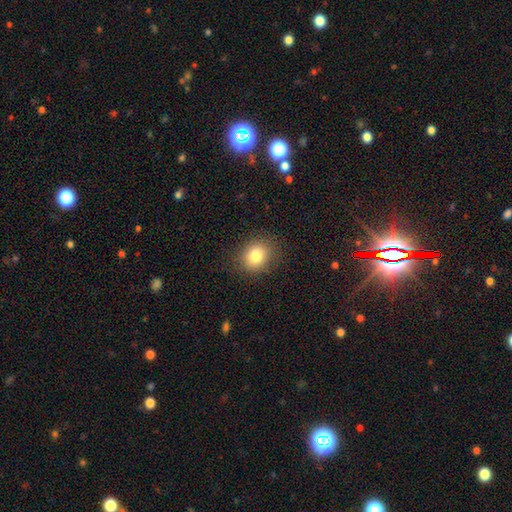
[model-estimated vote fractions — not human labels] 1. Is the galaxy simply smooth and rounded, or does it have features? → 81% smooth, 11% star or artifact, 8% featured or disk.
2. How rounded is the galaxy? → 64% round, 36% in between, 1% cigar-shaped.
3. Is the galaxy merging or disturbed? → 85% none, 10% minor disturbance, 4% major disturbance, 1% merger.